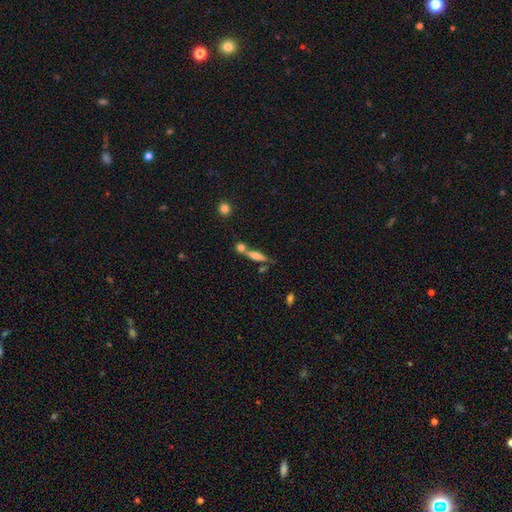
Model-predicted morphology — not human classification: Q: Smooth or featured?
A: featured or disk (46%); runner-up: smooth (45%)
Q: Merging?
A: none (54%); runner-up: merger (31%)